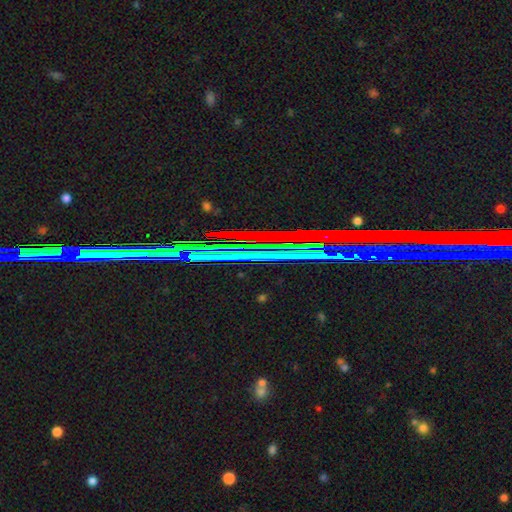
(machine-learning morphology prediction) This appears to be a star or artifact, not a galaxy (83%).